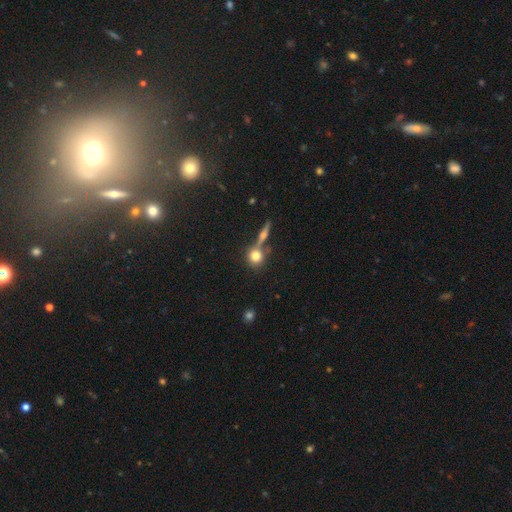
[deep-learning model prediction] Smooth or featured?
  - smooth: 74% *
  - featured or disk: 15%
  - star or artifact: 10%
How rounded?
  - round: 85% *
  - in between: 12%
  - cigar-shaped: 3%
Merging?
  - none: 58% *
  - merger: 28%
  - minor disturbance: 10%
  - major disturbance: 4%